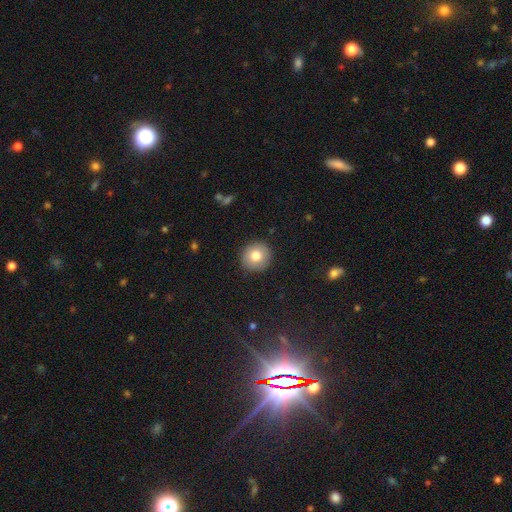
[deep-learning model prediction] Q: Smooth or featured?
A: smooth (80%); runner-up: featured or disk (12%)
Q: How rounded?
A: round (91%); runner-up: in between (8%)
Q: Merging?
A: none (91%); runner-up: minor disturbance (6%)